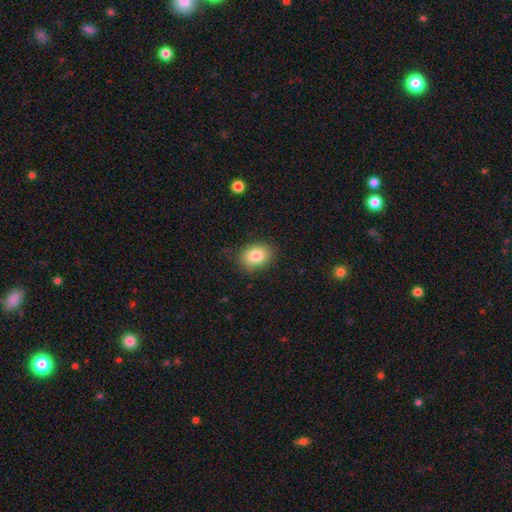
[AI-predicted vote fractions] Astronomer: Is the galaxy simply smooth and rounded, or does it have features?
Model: smooth — 82%.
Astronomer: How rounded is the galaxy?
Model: in between — 70%.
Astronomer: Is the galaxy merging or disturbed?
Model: none — 84%.